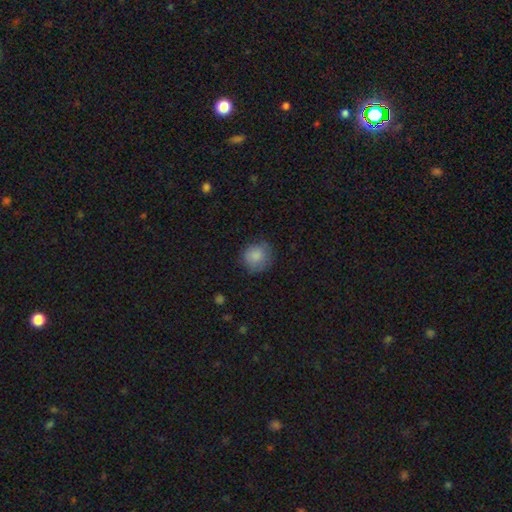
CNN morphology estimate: Smooth or featured? Predicted: smooth (p=0.85). How rounded? Predicted: round (p=0.87). Merging? Predicted: none (p=0.78).